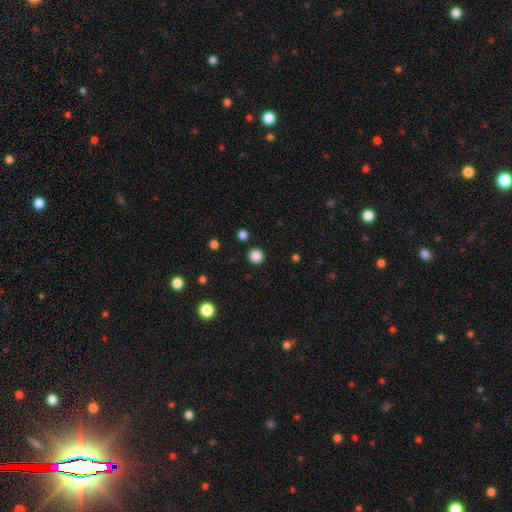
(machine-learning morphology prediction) Overall: smooth (86%). How rounded: round (95%). Merging: none (92%).